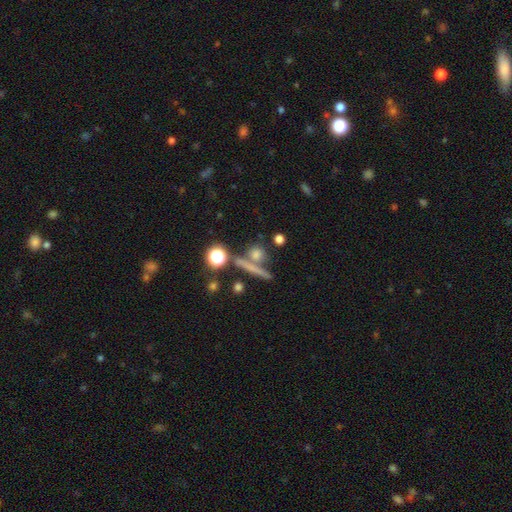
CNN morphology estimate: This appears to be a smooth galaxy with no disk features (50%) that is round (48%). Merging: none (67%).